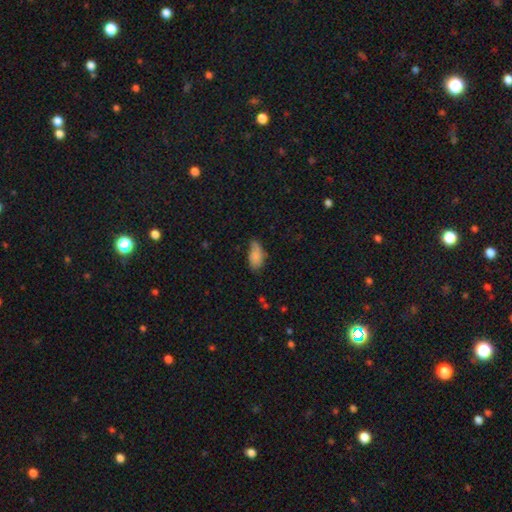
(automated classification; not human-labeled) Smooth or featured? smooth (79%)
How rounded? in between (92%)
Merging? none (44%)